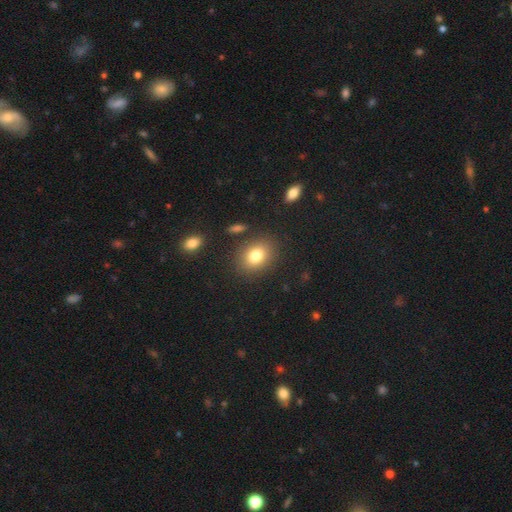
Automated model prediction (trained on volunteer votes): A smooth galaxy with no disk features (80%) that is in between round and cigar-shaped (53%).

Vote fractions:
- Smooth or featured? smooth: 80% / star or artifact: 10% / featured or disk: 9%
- How rounded? in between: 53% / round: 45% / cigar-shaped: 1%
- Merging? none: 84% / minor disturbance: 9% / major disturbance: 4% / merger: 3%